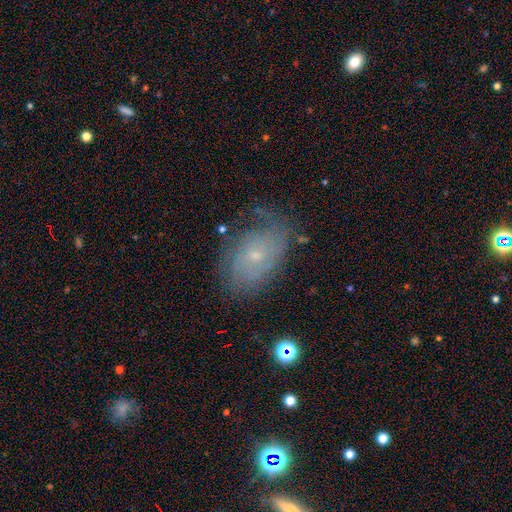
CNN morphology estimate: This is likely a featured or disk galaxy (64%). It is clearly not viewed edge-on (95%). Bar: likely no (77%). Spiral arm pattern: clearly yes (83%). Spiral arm count: possibly can't tell (50%). Spiral winding: possibly tight (54%). Central bulge: likely small (75%). Merging: likely none (63%).